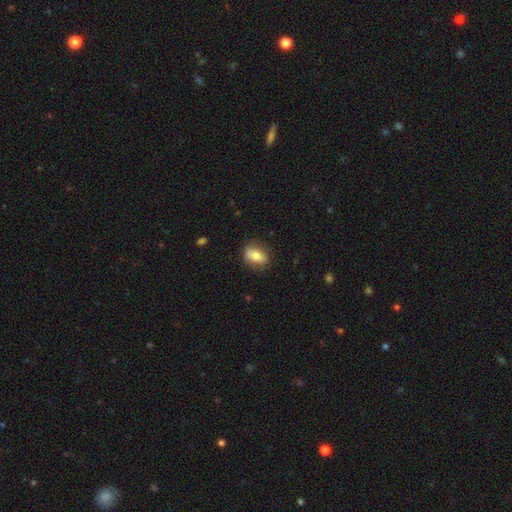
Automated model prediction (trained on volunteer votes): Overall: smooth (71%). How rounded: in between (81%). Merging: none (79%).